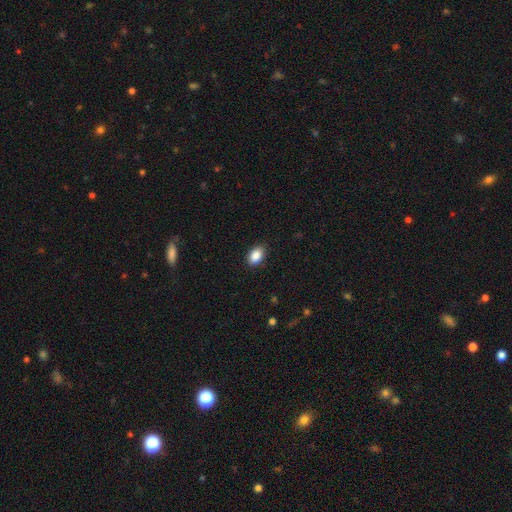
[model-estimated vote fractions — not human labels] The model was most divided on "how rounded": in between: 88%, round: 11%, cigar-shaped: 1%. More confident: smooth or featured — smooth (88%); merging — none (87%).